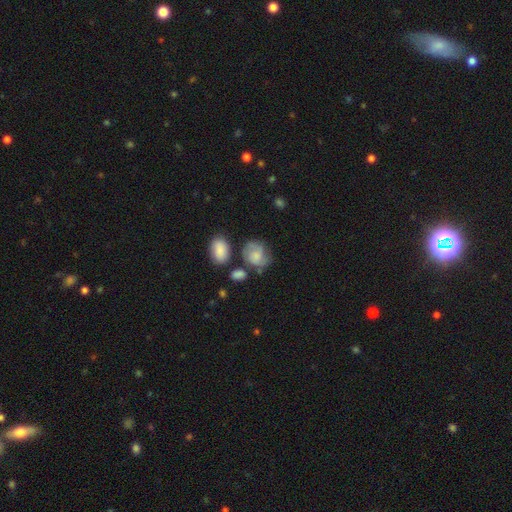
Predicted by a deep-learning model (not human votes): A smooth galaxy with no disk features (58%) that is round (57%).

Vote fractions:
- Smooth or featured? smooth: 58% / featured or disk: 34% / star or artifact: 8%
- How rounded? round: 57% / in between: 42% / cigar-shaped: 1%
- Merging? none: 52% / minor disturbance: 25% / major disturbance: 12% / merger: 11%